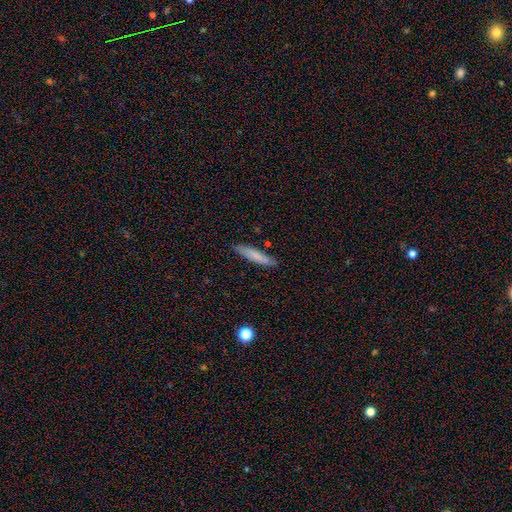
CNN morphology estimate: A smooth galaxy with no disk features (77%) that is cigar-shaped (87%). Merging: none (85%).